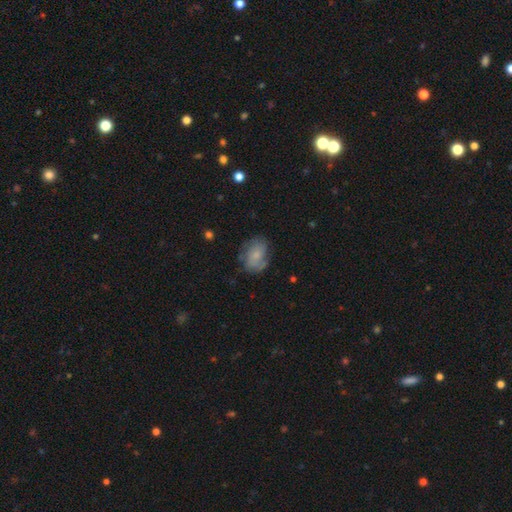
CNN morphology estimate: A smooth galaxy with no disk features (58%) that is in between round and cigar-shaped (74%). Merging: none (60%).